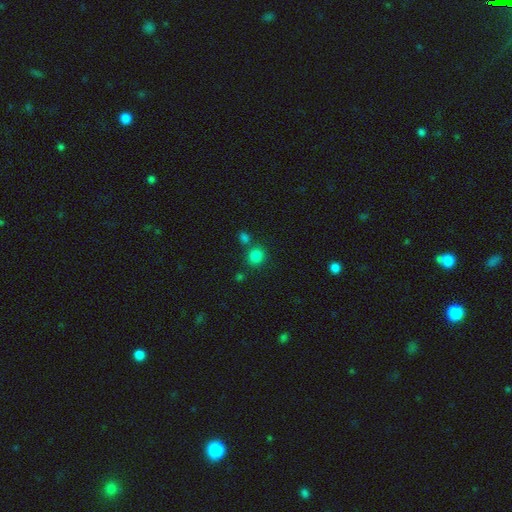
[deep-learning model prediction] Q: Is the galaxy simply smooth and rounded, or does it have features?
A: smooth — 82%.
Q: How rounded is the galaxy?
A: round — 85%.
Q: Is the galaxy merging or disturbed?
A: none — 73%.